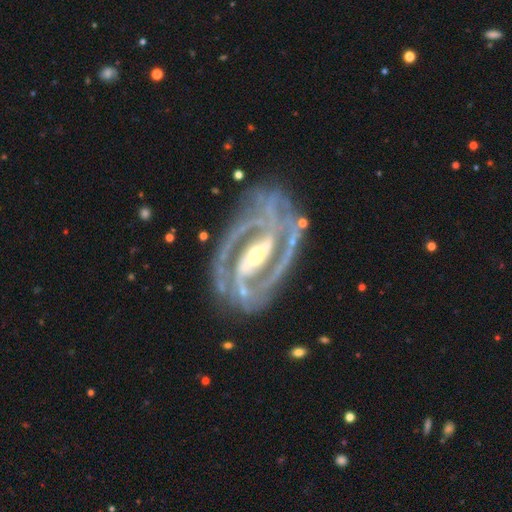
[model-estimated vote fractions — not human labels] smooth-or-featured: featured or disk: 93% | star or artifact: 4% | smooth: 3%
  disk-edge-on: no: 96% | yes: 4%
    bar: strong: 70% | weak: 20% | no: 10%
    has-spiral-arms: yes: 98% | no: 2%
      spiral-winding: tight: 57% | medium: 38% | loose: 6%
      spiral-arm-count: 2: 82% | 3: 7% | can't tell: 4% | 4: 2% | 1: 2% | more than 4: 2%
    bulge-size: moderate: 59% | small: 33% | large: 6% | none: 1% | dominant: 1%
  merging: none: 75% | minor disturbance: 16% | major disturbance: 6% | merger: 3%